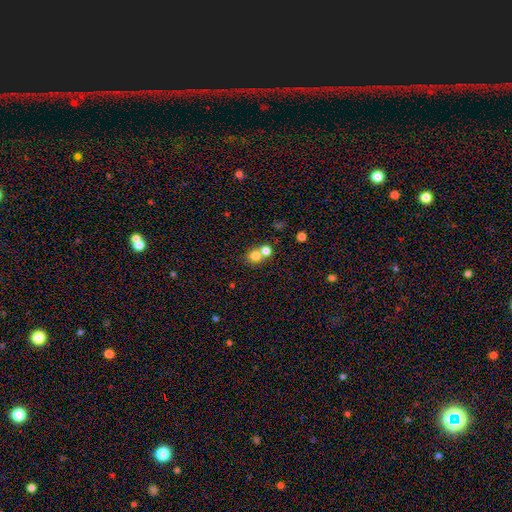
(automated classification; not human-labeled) Morphology: type=smooth (76%); roundness=round (81%); merging=merger (53%).